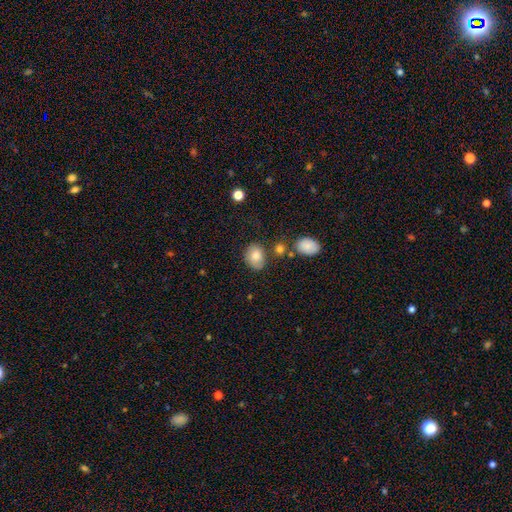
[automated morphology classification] Smooth or featured: smooth — 78% (featured or disk — 14%)
How rounded: in between — 57% (round — 42%)
Merging: none — 65% (minor disturbance — 22%)